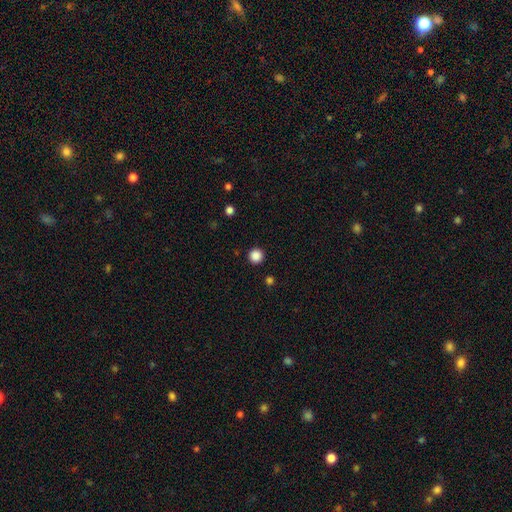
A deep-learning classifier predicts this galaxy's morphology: This appears to be a smooth galaxy with no disk features (87%) that is round (96%). Merging: none (93%).